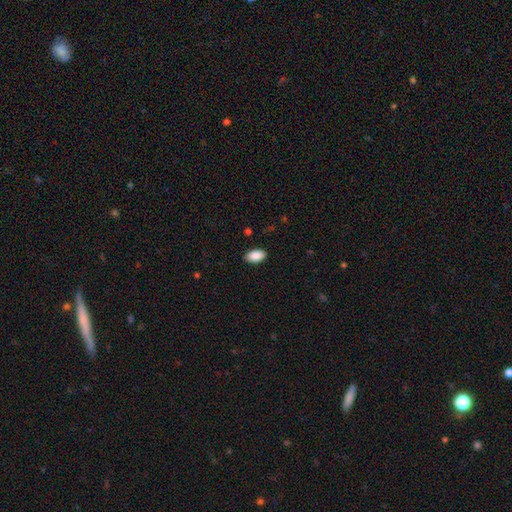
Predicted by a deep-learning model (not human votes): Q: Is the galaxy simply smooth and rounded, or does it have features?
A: smooth — 90%.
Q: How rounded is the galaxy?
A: in between — 94%.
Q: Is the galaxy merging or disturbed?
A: none — 88%.